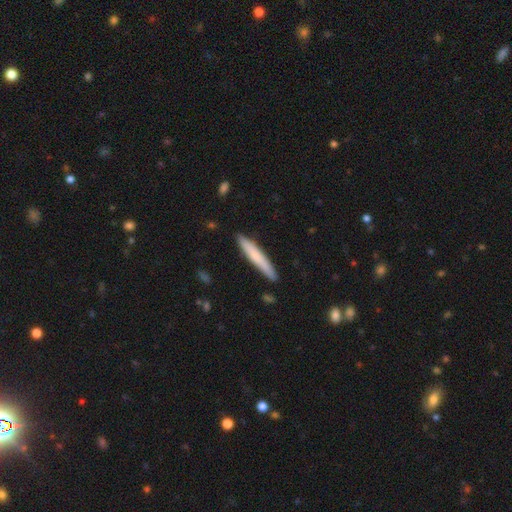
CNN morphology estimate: Smooth or featured: smooth — 72% (featured or disk — 23%)
How rounded: cigar-shaped — 94% (in between — 4%)
Merging: none — 87% (minor disturbance — 9%)